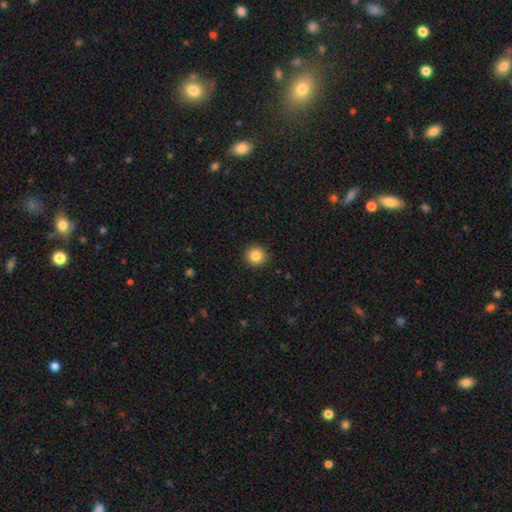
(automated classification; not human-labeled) A smooth galaxy with no disk features (84%) that is round (94%).

Vote fractions:
- Smooth or featured? smooth: 84% / star or artifact: 10% / featured or disk: 6%
- How rounded? round: 94% / in between: 5% / cigar-shaped: 1%
- Merging? none: 92% / minor disturbance: 5% / major disturbance: 2% / merger: 1%